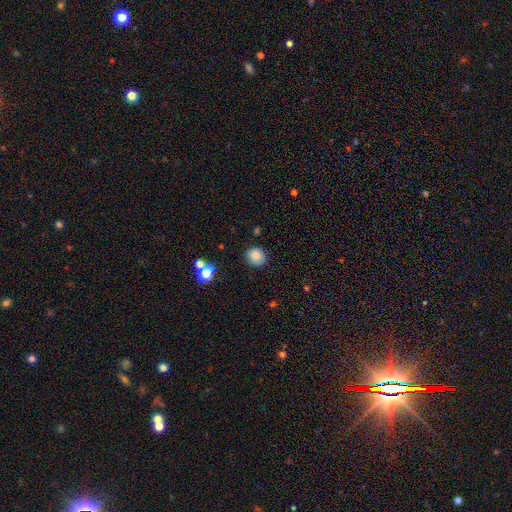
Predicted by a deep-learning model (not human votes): Smooth or featured? smooth (84%)
How rounded? round (82%)
Merging? none (85%)